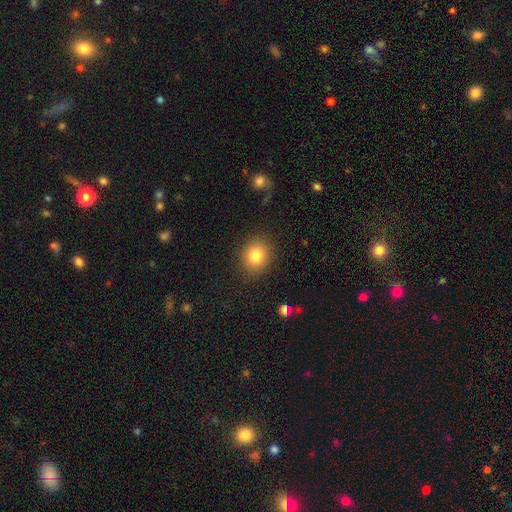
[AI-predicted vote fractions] Q: Smooth or featured?
A: smooth (82%); runner-up: star or artifact (11%)
Q: How rounded?
A: round (75%); runner-up: in between (25%)
Q: Merging?
A: none (88%); runner-up: minor disturbance (8%)